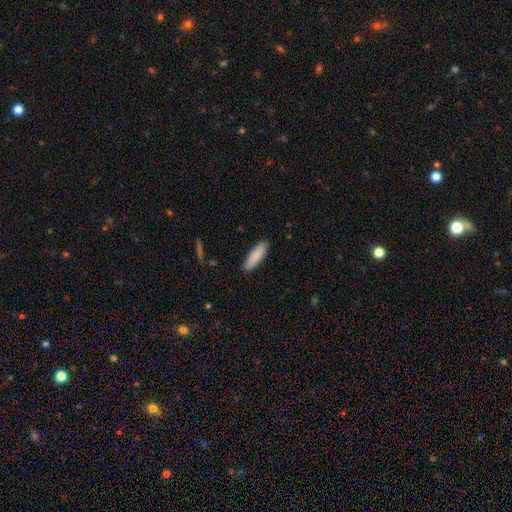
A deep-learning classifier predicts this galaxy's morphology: A smooth galaxy with no disk features (88%) that is cigar-shaped (54%). Merging: none (89%).